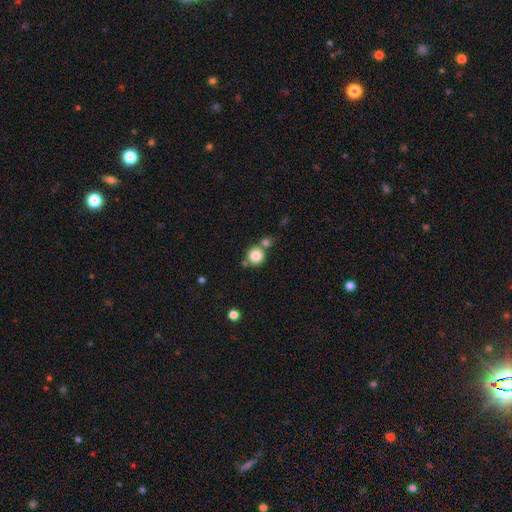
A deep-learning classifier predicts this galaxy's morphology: This is clearly a smooth galaxy (83%). How rounded: clearly round (91%). Merging: likely none (63%).